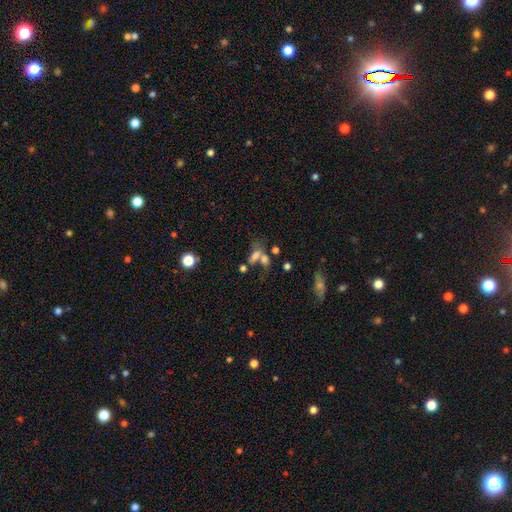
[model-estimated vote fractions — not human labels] Smooth or featured: smooth — 60% (featured or disk — 22%)
How rounded: in between — 73% (round — 15%)
Merging: merger — 46% (none — 28%)